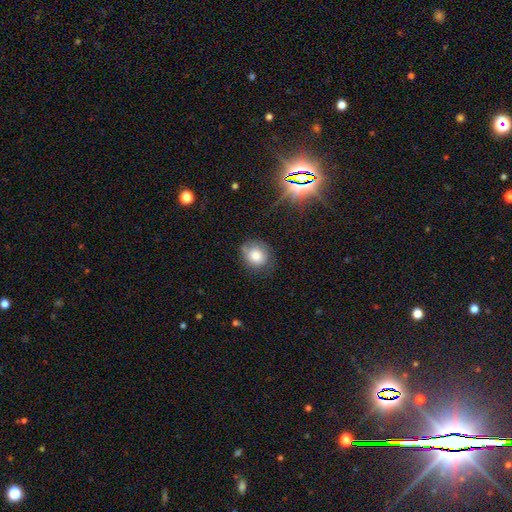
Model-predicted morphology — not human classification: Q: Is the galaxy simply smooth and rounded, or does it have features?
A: smooth — 78%.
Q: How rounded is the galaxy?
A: round — 72%.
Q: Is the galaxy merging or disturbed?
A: none — 69%.